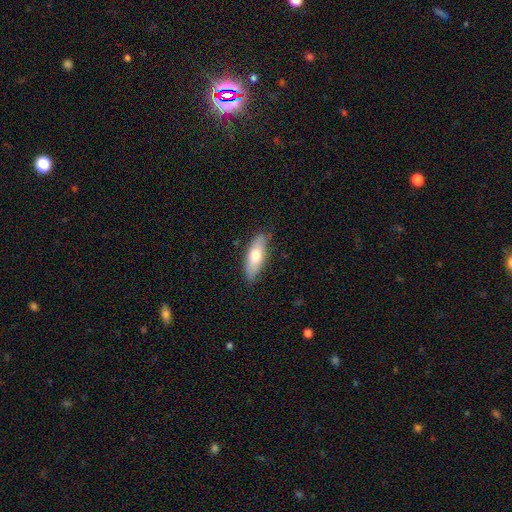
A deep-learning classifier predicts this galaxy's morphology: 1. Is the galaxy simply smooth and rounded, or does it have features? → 67% smooth, 27% featured or disk, 6% star or artifact.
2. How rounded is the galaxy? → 62% in between, 36% cigar-shaped, 2% round.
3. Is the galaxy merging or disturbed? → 82% none, 14% minor disturbance, 3% major disturbance, 1% merger.